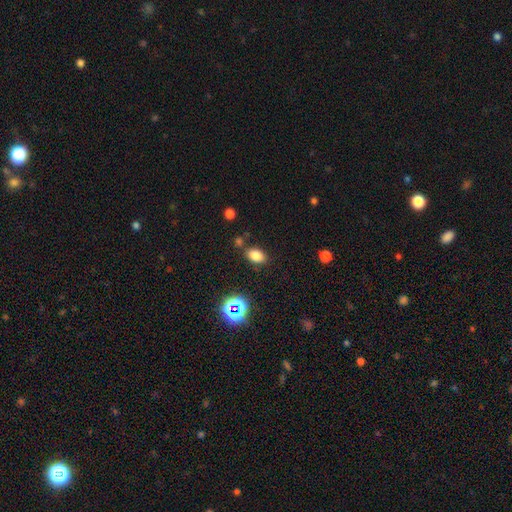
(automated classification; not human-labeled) smooth_or_featured: smooth (p=0.78) [alt: star or artifact p=0.15]
how_rounded: in between (p=0.85) [alt: round p=0.13]
merging: none (p=0.78) [alt: minor disturbance p=0.12]